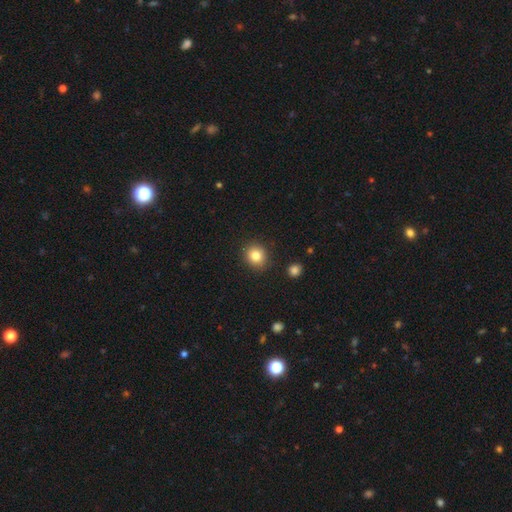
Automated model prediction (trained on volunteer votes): Smooth or featured: smooth — 83% (star or artifact — 10%)
How rounded: round — 82% (in between — 17%)
Merging: none — 89% (minor disturbance — 7%)